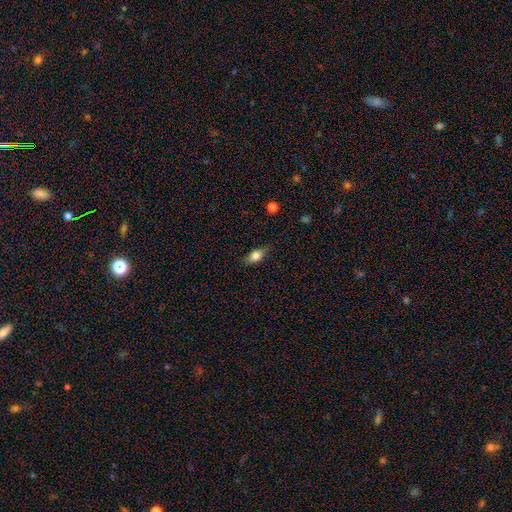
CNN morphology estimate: Q: Smooth or featured?
A: smooth (77%); runner-up: featured or disk (14%)
Q: How rounded?
A: in between (81%); runner-up: round (10%)
Q: Merging?
A: none (76%); runner-up: minor disturbance (19%)